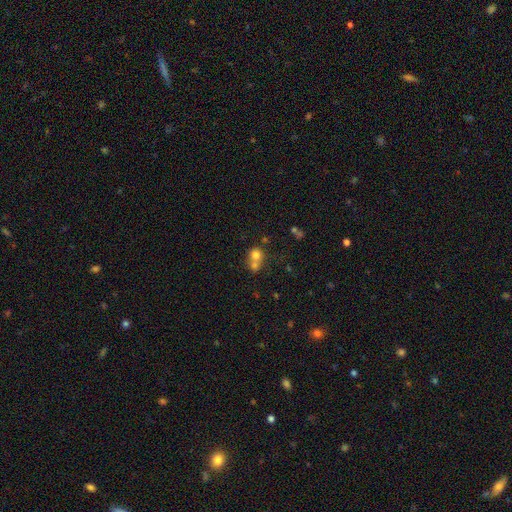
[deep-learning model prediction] Q: Smooth or featured?
A: smooth (72%); runner-up: featured or disk (15%)
Q: How rounded?
A: round (78%); runner-up: in between (21%)
Q: Merging?
A: merger (60%); runner-up: none (30%)